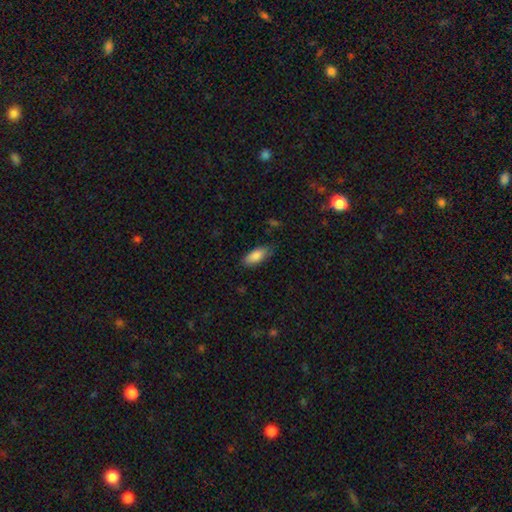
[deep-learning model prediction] Smooth or featured: smooth — 86% (featured or disk — 8%)
How rounded: in between — 82% (cigar-shaped — 16%)
Merging: none — 77% (minor disturbance — 18%)